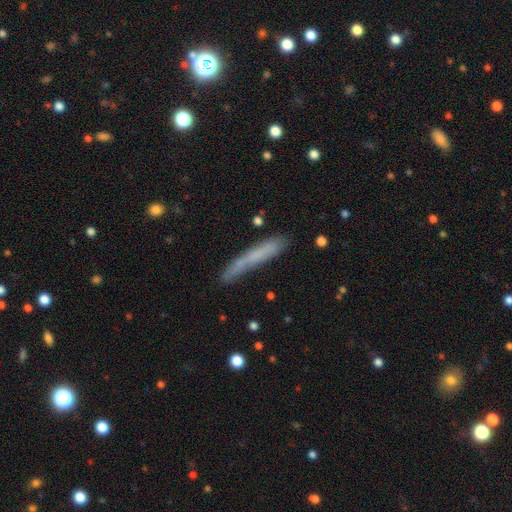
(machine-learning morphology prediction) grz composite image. It shows a smooth galaxy with no disk features (62%) that is cigar-shaped (94%). Merging: none (70%).